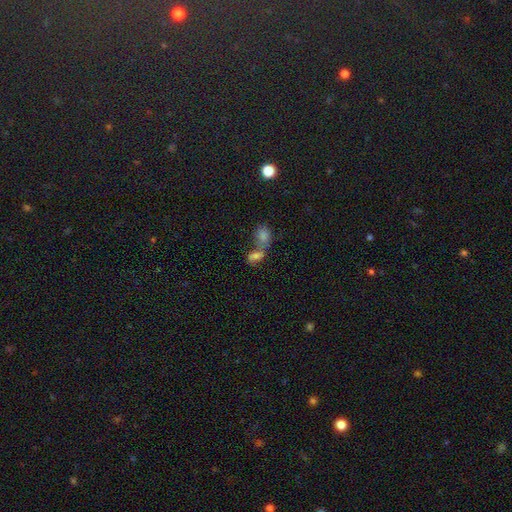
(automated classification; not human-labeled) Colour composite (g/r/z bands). It shows a smooth galaxy with no disk features (69%) that is in between round and cigar-shaped (82%). Merging: merger (71%).